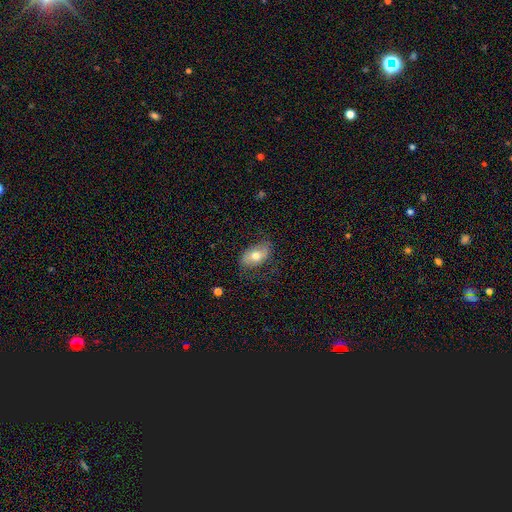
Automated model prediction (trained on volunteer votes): This appears to be a smooth galaxy with no disk features (64%) that is in between round and cigar-shaped (91%). Merging: none (69%).